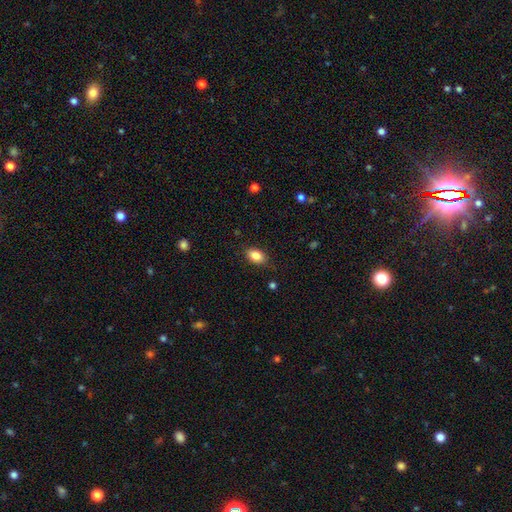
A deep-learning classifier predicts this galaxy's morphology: Smooth or featured? smooth (86%)
How rounded? in between (86%)
Merging? none (83%)